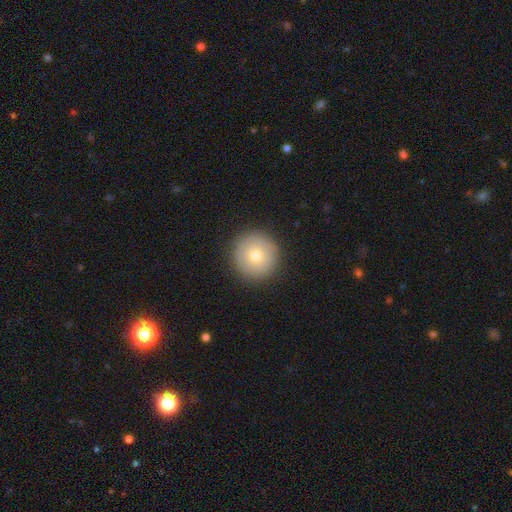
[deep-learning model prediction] smooth 72%, featured or disk 19%, star or artifact 10%. Down the decision tree: how rounded — round (96%); merging — none (91%).